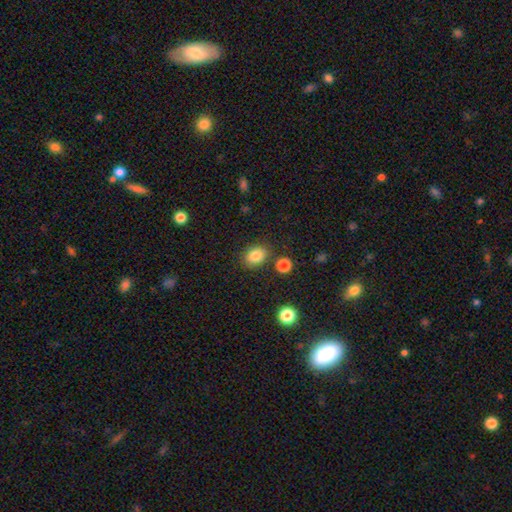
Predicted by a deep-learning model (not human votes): A smooth galaxy with no disk features (83%) that is in between round and cigar-shaped (57%). Merging: none (82%).